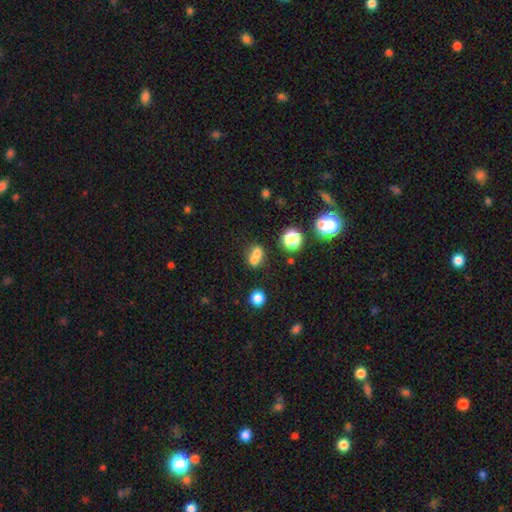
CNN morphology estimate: A smooth galaxy with no disk features (66%) that is round (65%).

Vote fractions:
- Smooth or featured? smooth: 66% / star or artifact: 17% / featured or disk: 16%
- How rounded? round: 65% / in between: 33% / cigar-shaped: 1%
- Merging? merger: 60% / none: 30% / minor disturbance: 6% / major disturbance: 4%